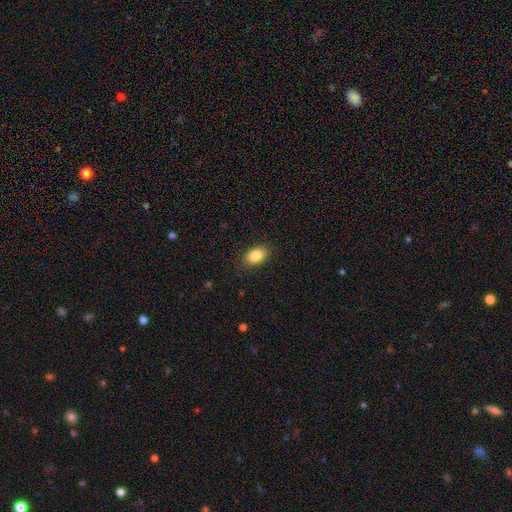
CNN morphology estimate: smooth 85%, star or artifact 8%, featured or disk 7%. Down the decision tree: how rounded — in between (88%); merging — none (87%).